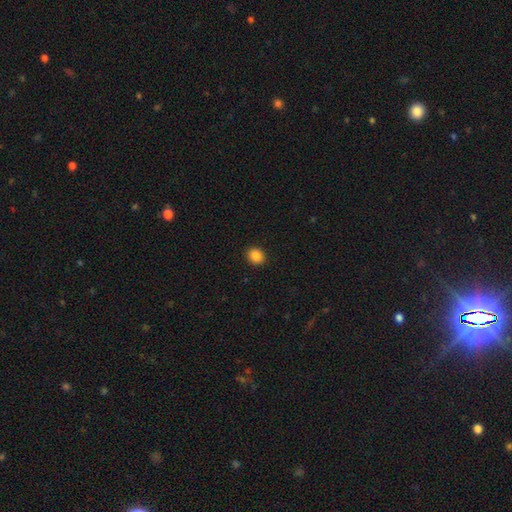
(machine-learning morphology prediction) smooth-or-featured: smooth: 86% | star or artifact: 10% | featured or disk: 4%
  how-rounded: round: 75% | in between: 25% | cigar-shaped: 1%
  merging: none: 92% | minor disturbance: 5% | major disturbance: 2% | merger: 1%